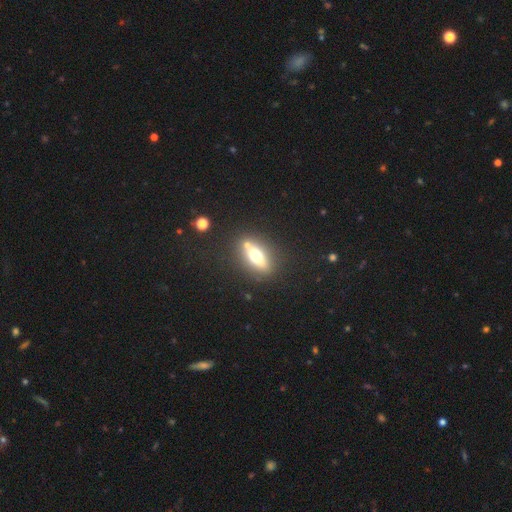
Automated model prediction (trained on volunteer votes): Smooth or featured? smooth (50%)
Merging? none (77%)